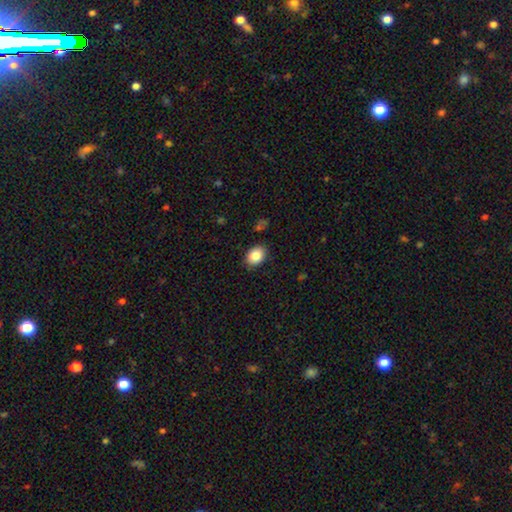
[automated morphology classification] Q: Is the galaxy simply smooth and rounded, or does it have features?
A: smooth — 84%.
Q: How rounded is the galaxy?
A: in between — 67%.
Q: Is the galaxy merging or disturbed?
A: none — 86%.